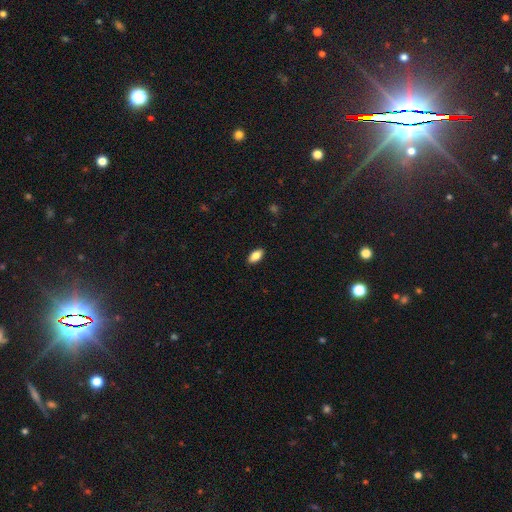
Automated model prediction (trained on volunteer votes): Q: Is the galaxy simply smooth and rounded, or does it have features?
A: smooth — 85%.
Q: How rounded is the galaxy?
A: in between — 91%.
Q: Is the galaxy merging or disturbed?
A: none — 89%.